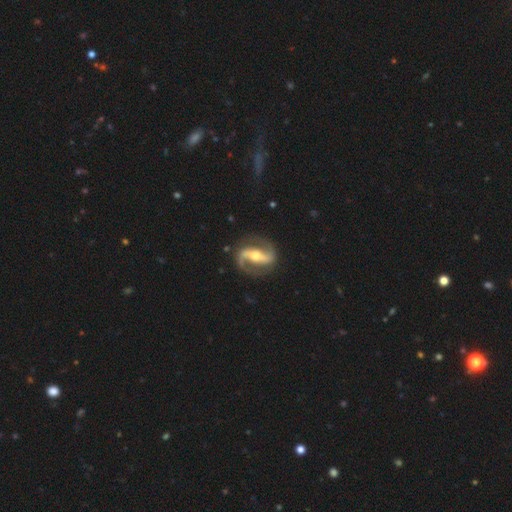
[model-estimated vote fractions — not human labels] Overall: featured or disk (92%). Edge-on disk: no (97%). Bar: strong (62%; weak 23%). Spiral arms: yes (97%). Spiral arm count: 2 (94%). Spiral winding: medium (52%; loose 29%). Bulge size: moderate (67%). Merging: none (85%).